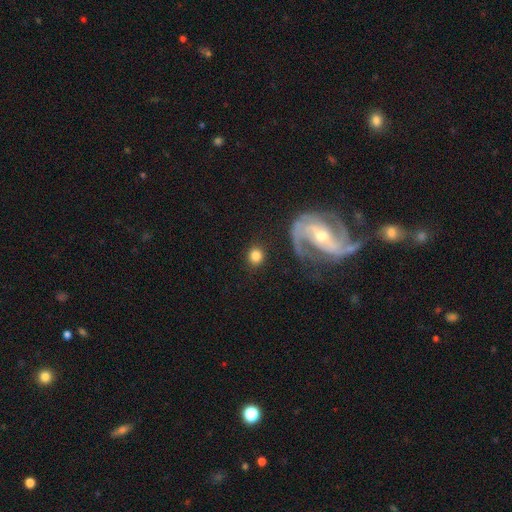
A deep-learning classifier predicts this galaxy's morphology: A smooth galaxy with no disk features (75%) that is round (81%). Merging: none (82%).